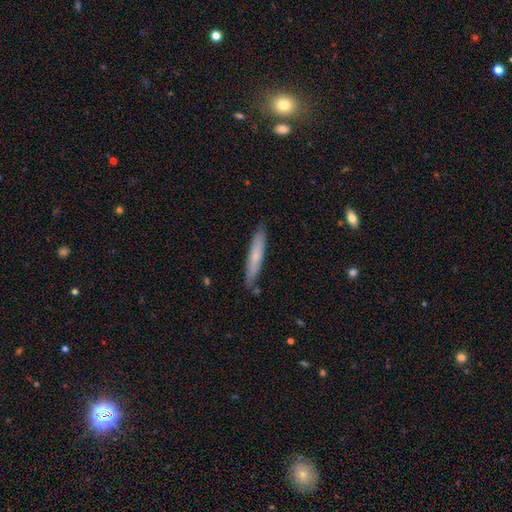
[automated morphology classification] A smooth galaxy with no disk features (65%) that is cigar-shaped (91%). Merging: none (83%).